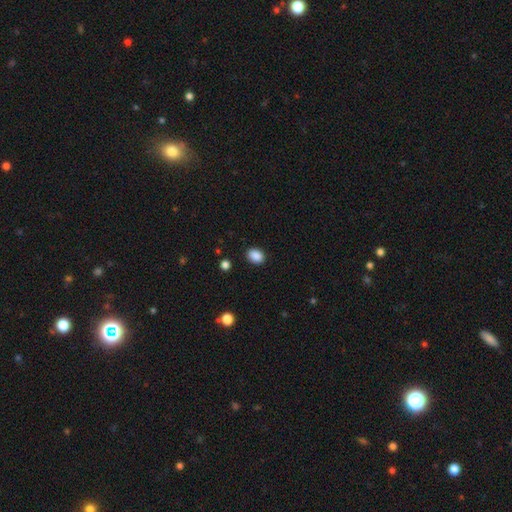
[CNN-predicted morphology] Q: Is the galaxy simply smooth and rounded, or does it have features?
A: smooth — 89%.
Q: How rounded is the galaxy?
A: in between — 65%.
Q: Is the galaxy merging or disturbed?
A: none — 89%.